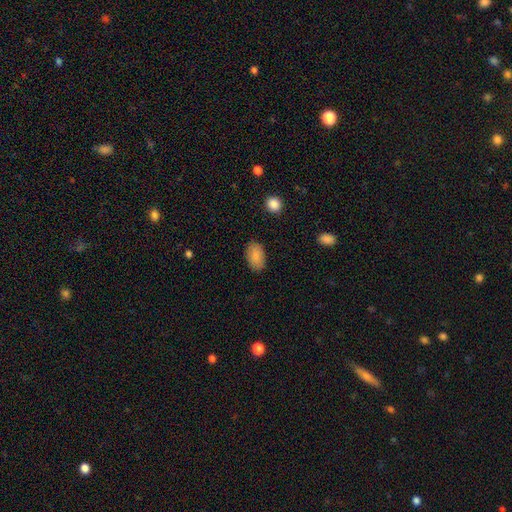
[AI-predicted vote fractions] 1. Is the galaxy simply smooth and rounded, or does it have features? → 87% smooth, 7% star or artifact, 6% featured or disk.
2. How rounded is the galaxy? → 92% in between, 6% round, 2% cigar-shaped.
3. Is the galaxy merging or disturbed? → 84% none, 12% minor disturbance, 3% major disturbance, 1% merger.